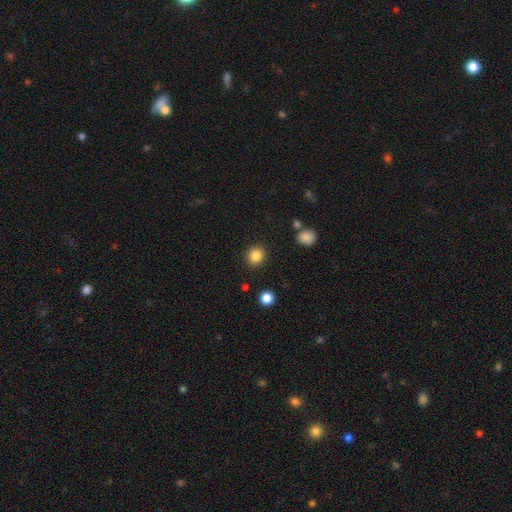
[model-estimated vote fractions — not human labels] The model was most divided on "how rounded": round: 84%, in between: 15%, cigar-shaped: 1%. More confident: merging — none (90%); smooth or featured — smooth (85%).